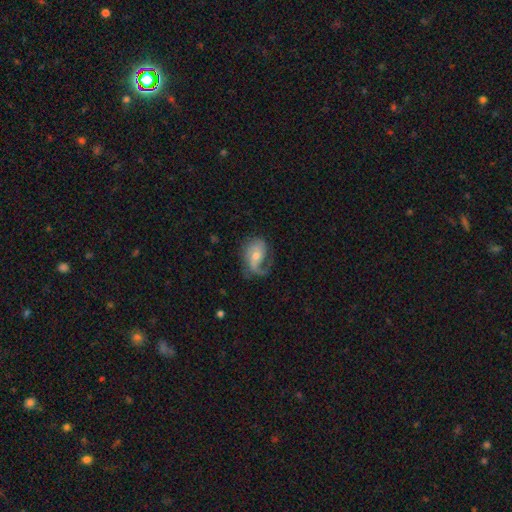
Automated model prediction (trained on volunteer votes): The model was most divided on "spiral winding": loose: 42%, medium: 39%, tight: 19%. Remaining: edge-on disk — no (97%); spiral arms — yes (91%); smooth or featured — featured or disk (75%); bar — no (57%); spiral arm count — 1 (54%); bulge size — moderate (53%); merging — none (47%).